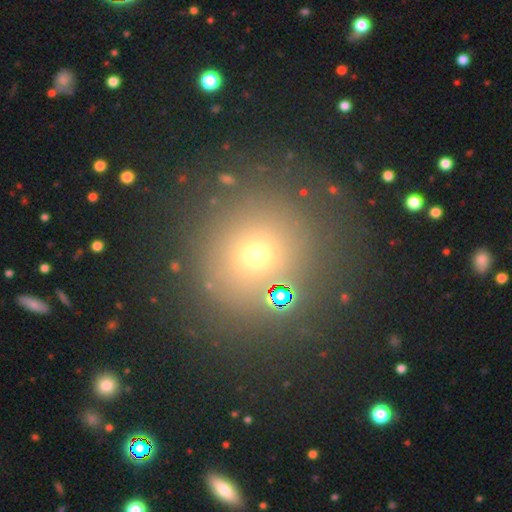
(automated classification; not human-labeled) A smooth galaxy with no disk features (62%) that is round (90%). Merging: none (82%).